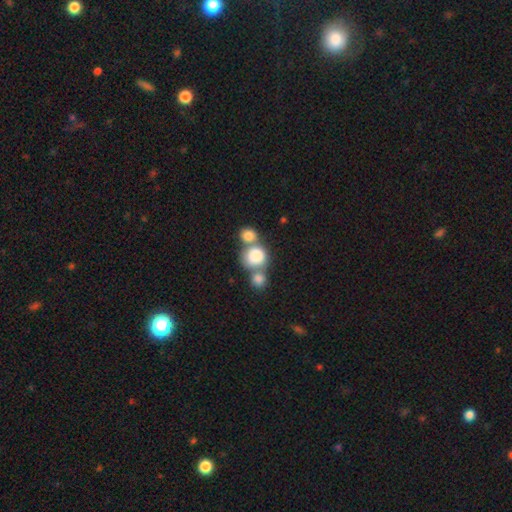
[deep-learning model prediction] Smooth or featured? smooth (80%)
How rounded? round (72%)
Merging? merger (56%)